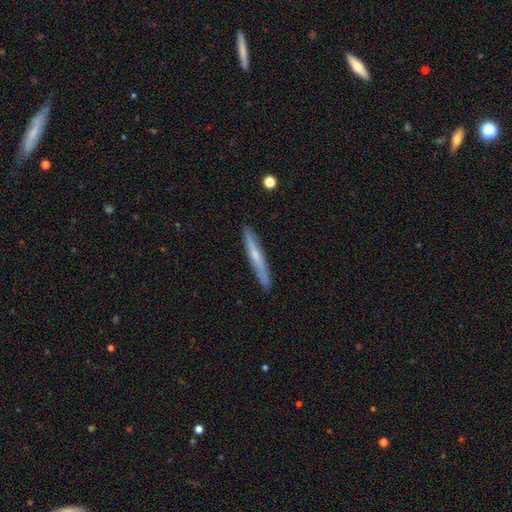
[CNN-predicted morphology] This is possibly a featured or disk galaxy (52%). It is clearly viewed edge-on (89%). Merging: clearly none (88%).